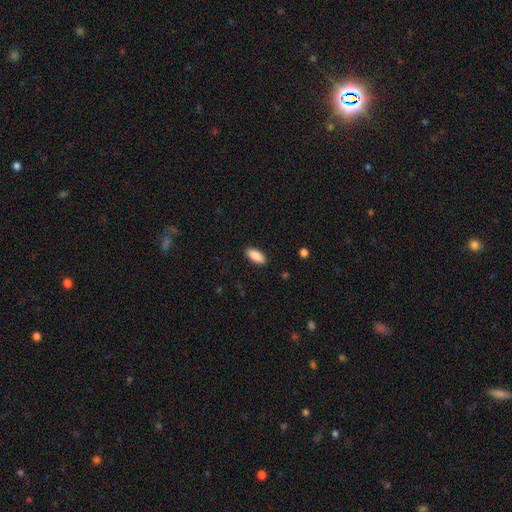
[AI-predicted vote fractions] Morphology: type=smooth (88%); roundness=in between (87%); merging=none (90%).